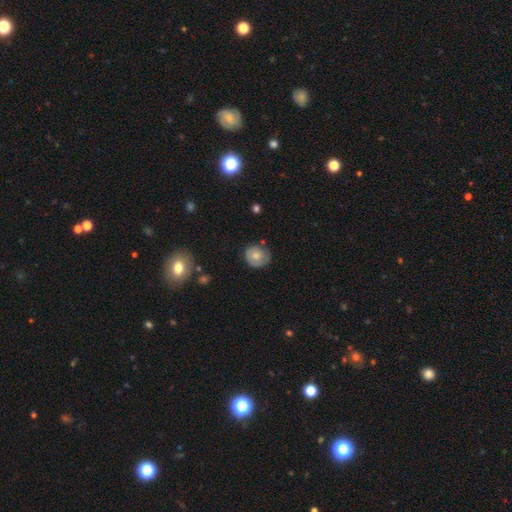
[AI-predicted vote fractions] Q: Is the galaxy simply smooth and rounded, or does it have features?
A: smooth — 62%.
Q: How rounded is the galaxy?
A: round — 77%.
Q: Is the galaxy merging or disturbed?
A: none — 72%.